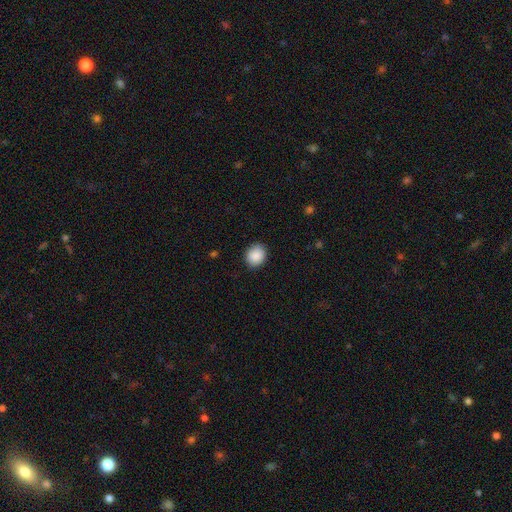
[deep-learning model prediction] Smooth or featured: smooth — 89% (star or artifact — 8%)
How rounded: round — 67% (in between — 32%)
Merging: none — 88% (minor disturbance — 9%)